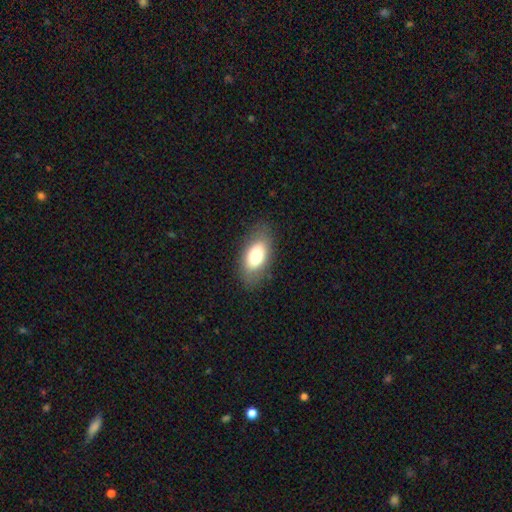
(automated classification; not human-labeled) Smooth or featured? Predicted: smooth (p=0.73). How rounded? Predicted: in between (p=0.91). Merging? Predicted: none (p=0.82).